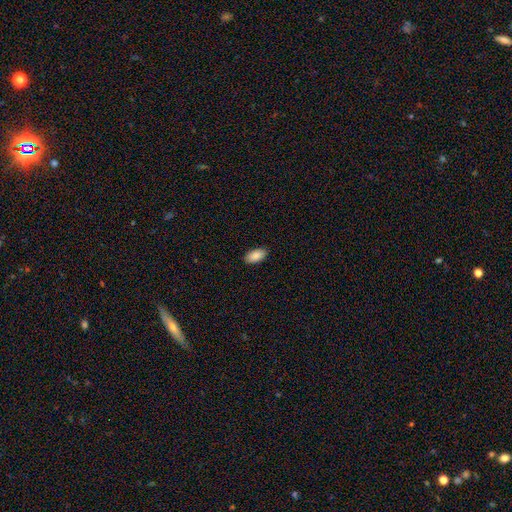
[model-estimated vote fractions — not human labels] Morphology: type=smooth (88%); roundness=in between (95%); merging=none (89%).